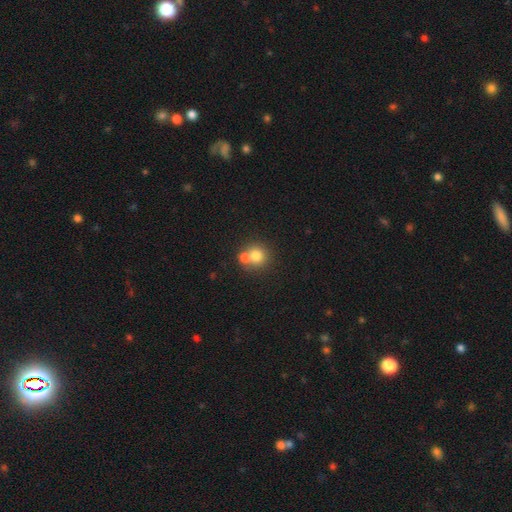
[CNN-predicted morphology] A smooth galaxy with no disk features (76%) that is round (87%).

Vote fractions:
- Smooth or featured? smooth: 76% / featured or disk: 13% / star or artifact: 11%
- How rounded? round: 87% / in between: 12% / cigar-shaped: 1%
- Merging? none: 48% / merger: 43% / minor disturbance: 7% / major disturbance: 2%